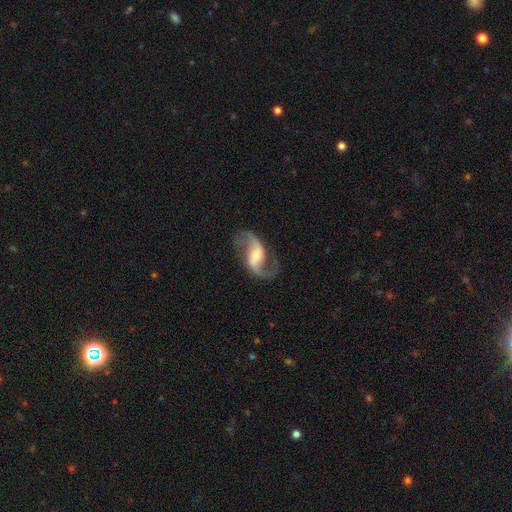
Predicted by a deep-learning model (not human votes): Smooth or featured?
  - featured or disk: 90% *
  - smooth: 6%
  - star or artifact: 5%
Edge-on disk?
  - no: 97% *
  - yes: 3%
Bar?
  - weak: 42% *
  - no: 29%
  - strong: 28%
Spiral arms?
  - yes: 97% *
  - no: 3%
Spiral winding?
  - loose: 65% *
  - medium: 30%
  - tight: 5%
Spiral arm count?
  - 2: 93% *
  - 1: 2%
  - can't tell: 2%
  - 3: 1%
  - 4: 1%
  - more than 4: 1%
Bulge size?
  - small: 43% *
  - moderate: 41%
  - large: 9%
  - none: 5%
  - dominant: 2%
Merging?
  - none: 77% *
  - minor disturbance: 13%
  - major disturbance: 9%
  - merger: 2%